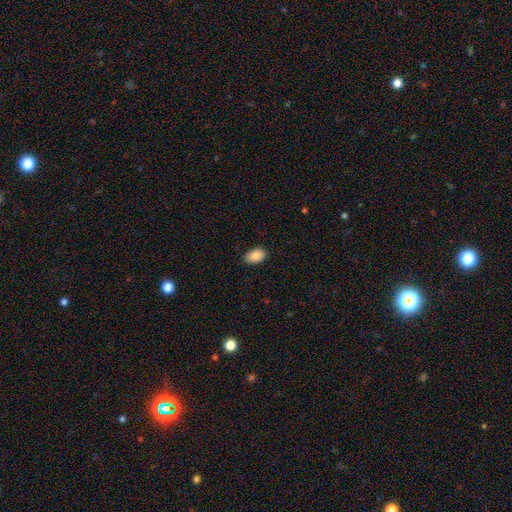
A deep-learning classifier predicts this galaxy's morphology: type=smooth (88%); roundness=in between (91%); merging=none (87%).